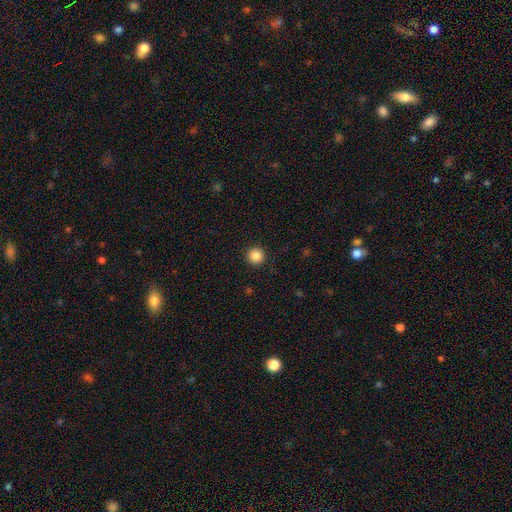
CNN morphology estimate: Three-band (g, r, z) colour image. It shows a smooth galaxy with no disk features (87%) that is round (96%). Merging: none (93%).